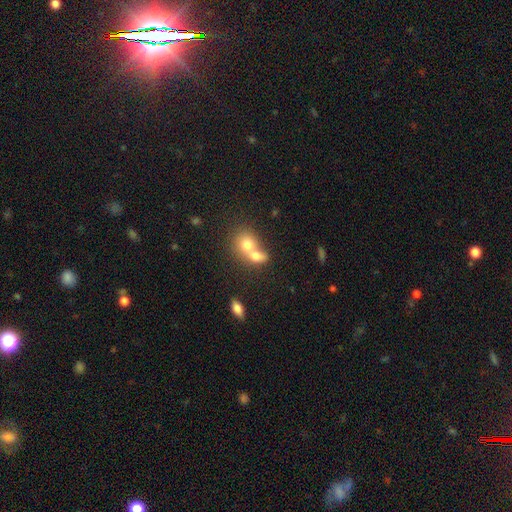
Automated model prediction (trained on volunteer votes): Smooth or featured: smooth — 72% (featured or disk — 19%)
How rounded: round — 51% (in between — 47%)
Merging: merger — 72% (none — 19%)